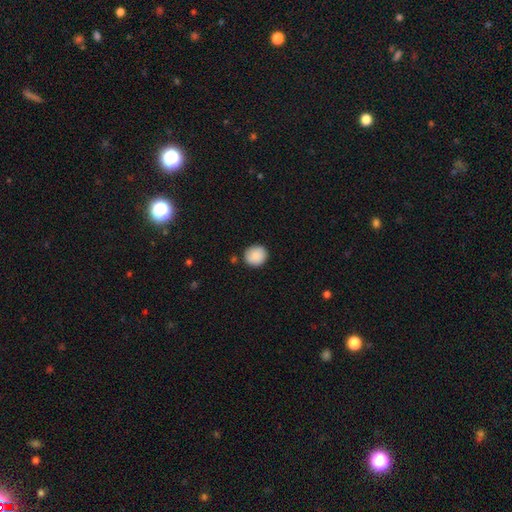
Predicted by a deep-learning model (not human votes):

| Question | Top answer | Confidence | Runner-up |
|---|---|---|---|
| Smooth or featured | smooth | 89% | star or artifact (7%) |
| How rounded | round | 85% | in between (14%) |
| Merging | none | 86% | minor disturbance (9%) |